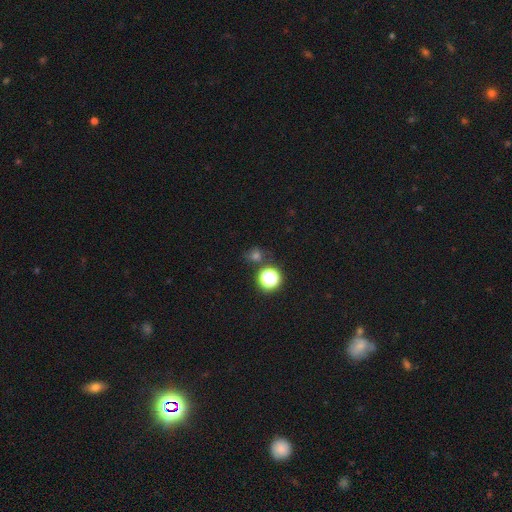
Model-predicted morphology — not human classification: smooth_or_featured: smooth (p=0.59) [alt: star or artifact p=0.34]
how_rounded: round (p=0.83) [alt: in between p=0.16]
merging: none (p=0.74) [alt: minor disturbance p=0.12]